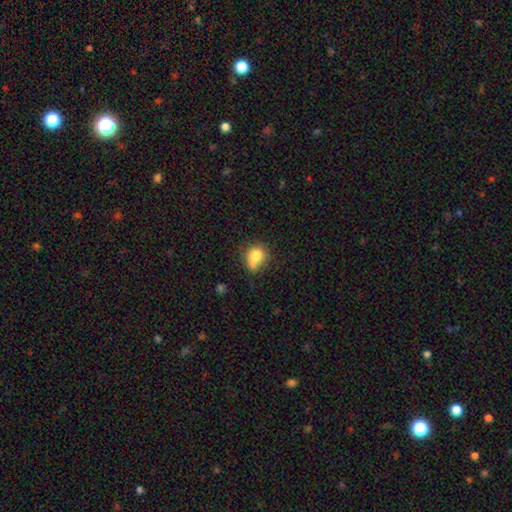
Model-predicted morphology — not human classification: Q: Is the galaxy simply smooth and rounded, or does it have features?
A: smooth — 76%.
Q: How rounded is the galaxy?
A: round — 66%.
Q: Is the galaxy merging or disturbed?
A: none — 41%.